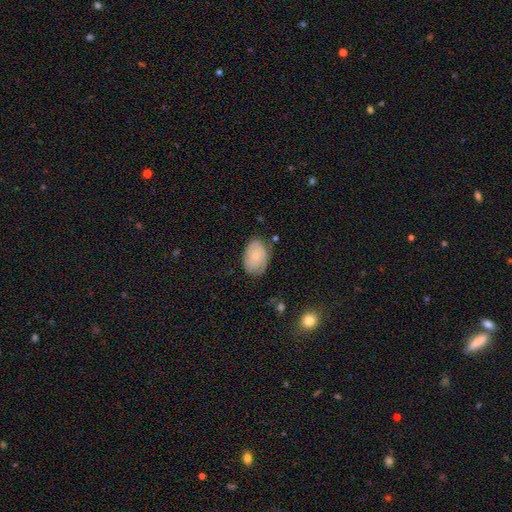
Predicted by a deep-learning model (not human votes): A smooth galaxy with no disk features (57%) that is in between round and cigar-shaped (82%).

Vote fractions:
- Smooth or featured? smooth: 57% / featured or disk: 36% / star or artifact: 7%
- How rounded? in between: 82% / round: 17% / cigar-shaped: 1%
- Merging? none: 68% / minor disturbance: 24% / major disturbance: 6% / merger: 2%